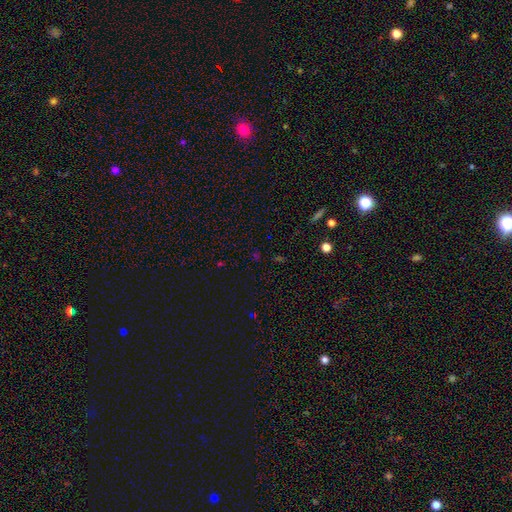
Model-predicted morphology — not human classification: type=star or artifact (60%).